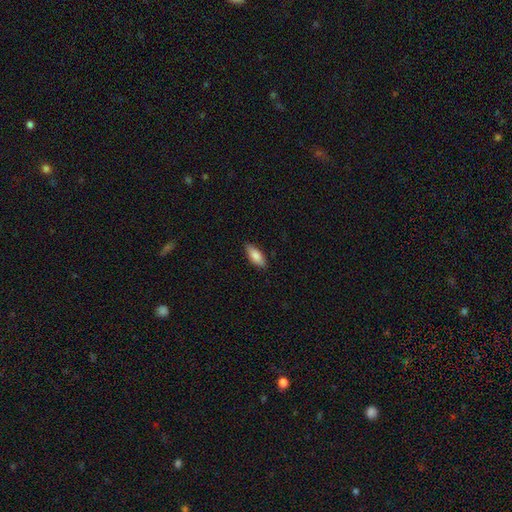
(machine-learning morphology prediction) Smooth or featured? smooth (82%)
How rounded? in between (73%)
Merging? none (88%)